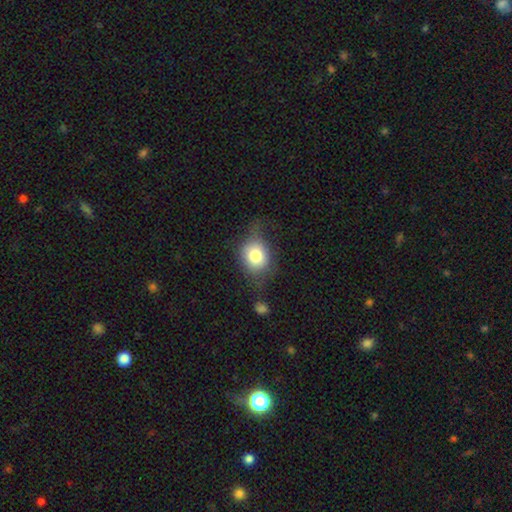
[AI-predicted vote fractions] Smooth or featured: smooth — 74% (featured or disk — 17%)
How rounded: round — 61% (in between — 38%)
Merging: none — 49% (minor disturbance — 31%)